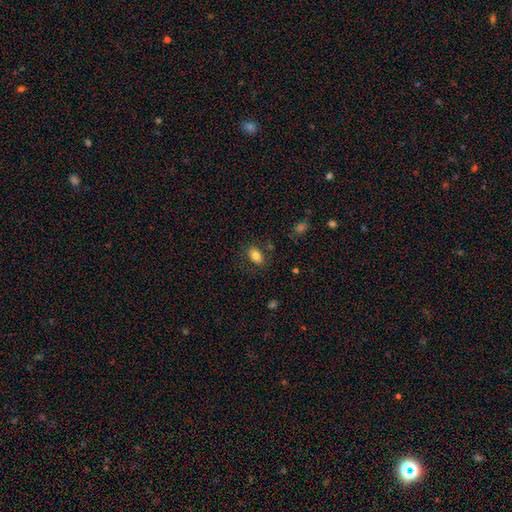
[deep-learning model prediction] Smooth or featured? Predicted: smooth (p=0.82). How rounded? Predicted: in between (p=0.88). Merging? Predicted: none (p=0.81).